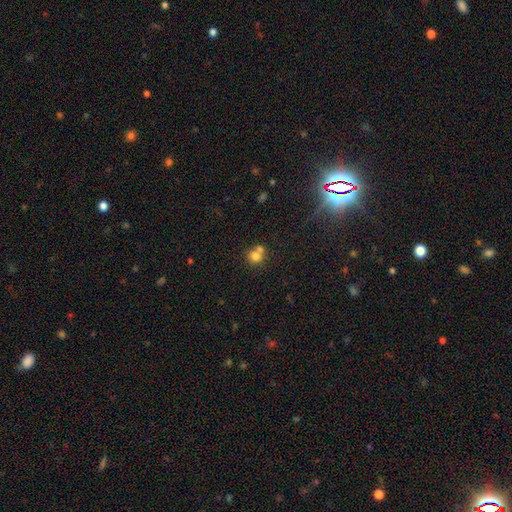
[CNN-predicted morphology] Smooth or featured? smooth (76%)
How rounded? round (86%)
Merging? none (47%)